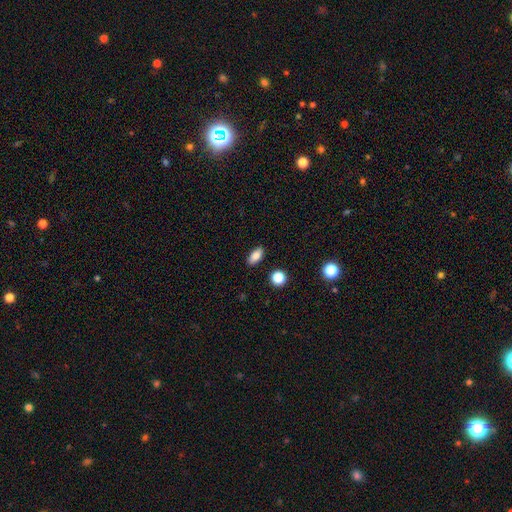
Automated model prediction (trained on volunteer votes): Smooth or featured?
  - smooth: 84% *
  - star or artifact: 9%
  - featured or disk: 7%
How rounded?
  - in between: 87% *
  - cigar-shaped: 8%
  - round: 6%
Merging?
  - none: 89% *
  - minor disturbance: 7%
  - major disturbance: 2%
  - merger: 2%